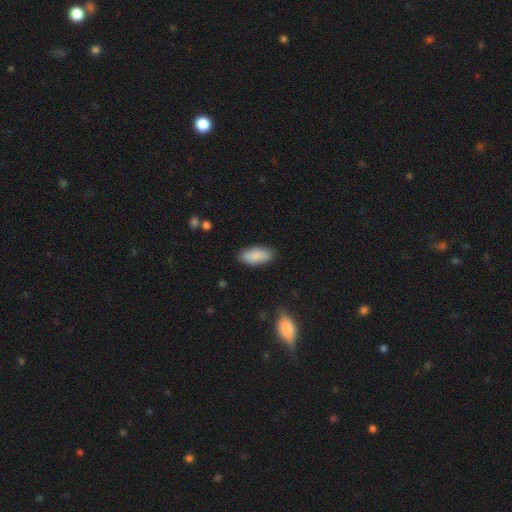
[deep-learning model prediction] Smooth or featured: smooth — 88% (star or artifact — 6%)
How rounded: in between — 88% (cigar-shaped — 10%)
Merging: none — 86% (minor disturbance — 10%)